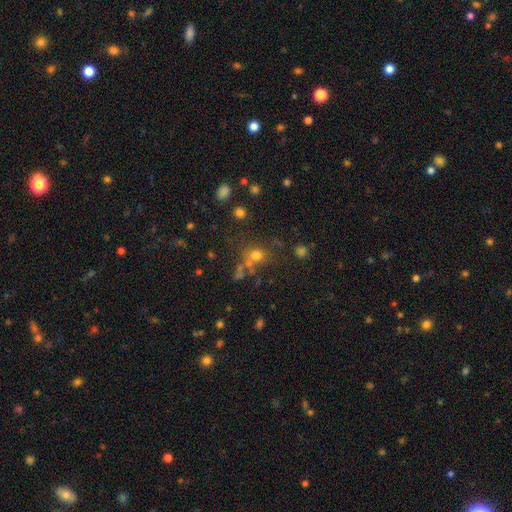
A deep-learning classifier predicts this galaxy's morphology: Overall: smooth (68%). How rounded: round (79%). Merging: none (60%).